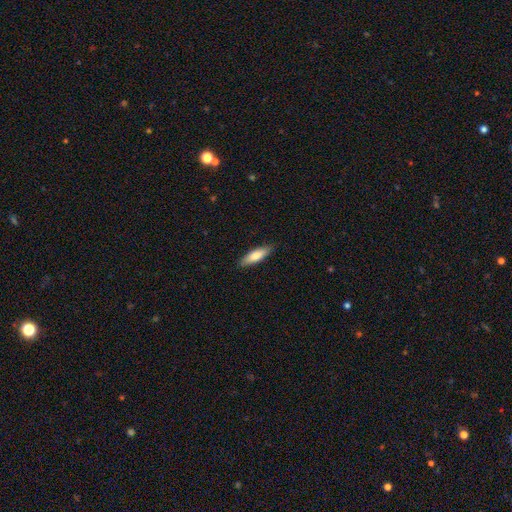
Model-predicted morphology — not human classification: smooth_or_featured: smooth (p=0.73) [alt: featured or disk p=0.21]
how_rounded: cigar-shaped (p=0.57) [alt: in between p=0.42]
merging: none (p=0.88) [alt: minor disturbance p=0.09]